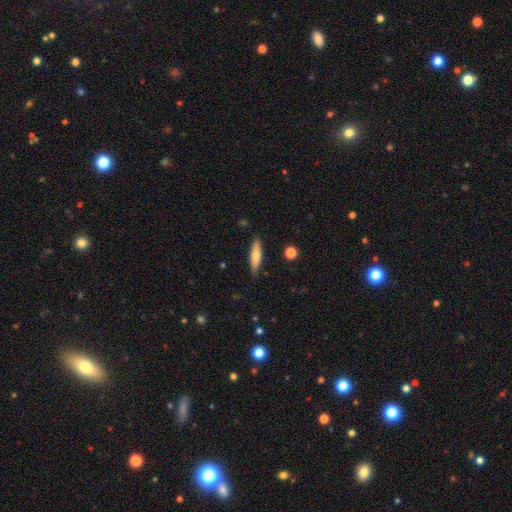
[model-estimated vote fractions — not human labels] smooth 66%, featured or disk 28%, star or artifact 6%. Down the decision tree: how rounded — cigar-shaped (67%); merging — none (87%).